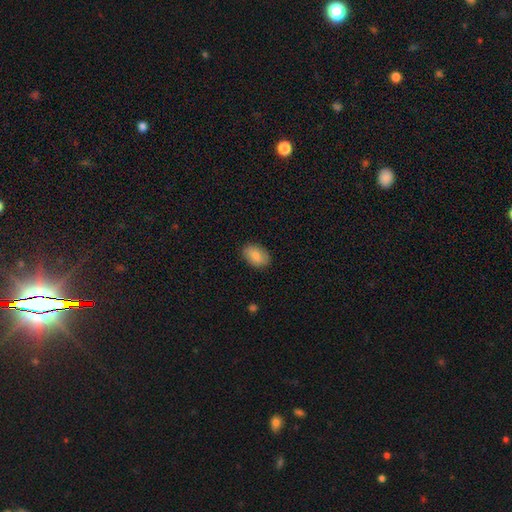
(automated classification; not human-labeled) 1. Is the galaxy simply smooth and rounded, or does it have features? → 83% smooth, 10% featured or disk, 7% star or artifact.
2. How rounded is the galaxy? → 86% in between, 12% round, 1% cigar-shaped.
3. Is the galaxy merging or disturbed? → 86% none, 10% minor disturbance, 2% major disturbance, 1% merger.